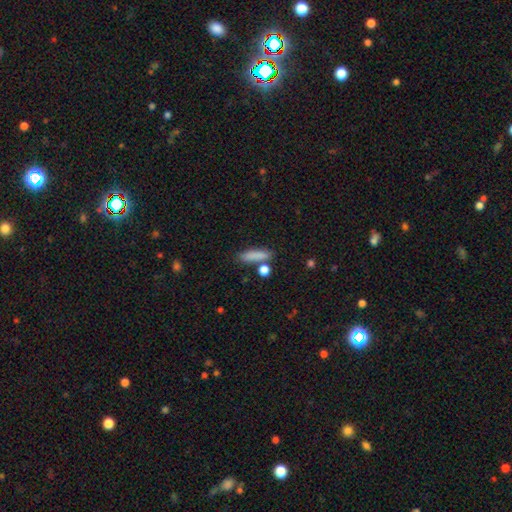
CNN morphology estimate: A smooth galaxy with no disk features (84%) that is cigar-shaped (63%). Merging: none (74%).